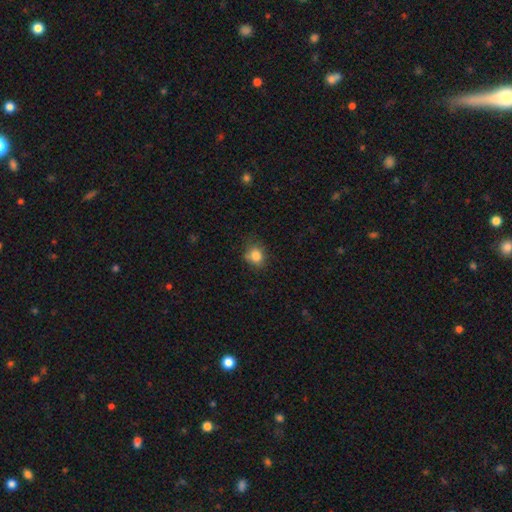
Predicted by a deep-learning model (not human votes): Q: Smooth or featured?
A: smooth (83%); runner-up: star or artifact (11%)
Q: How rounded?
A: round (66%); runner-up: in between (33%)
Q: Merging?
A: none (70%); runner-up: minor disturbance (22%)